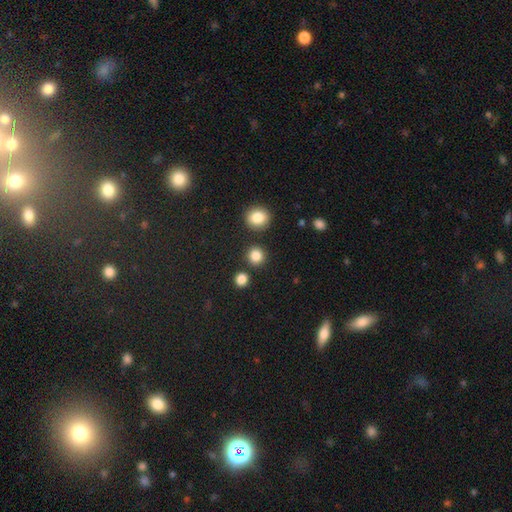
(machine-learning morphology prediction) A smooth galaxy with no disk features (84%) that is round (91%).

Vote fractions:
- Smooth or featured? smooth: 84% / star or artifact: 12% / featured or disk: 4%
- How rounded? round: 91% / in between: 8% / cigar-shaped: 1%
- Merging? none: 87% / minor disturbance: 6% / merger: 5% / major disturbance: 2%